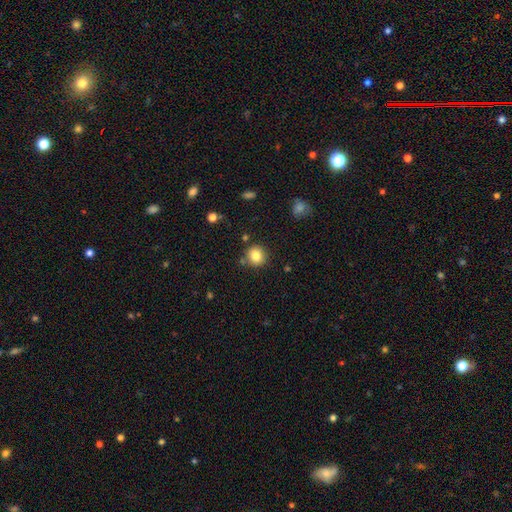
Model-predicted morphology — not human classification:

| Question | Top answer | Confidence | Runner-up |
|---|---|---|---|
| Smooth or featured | smooth | 83% | star or artifact (10%) |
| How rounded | round | 89% | in between (10%) |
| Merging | none | 83% | minor disturbance (9%) |